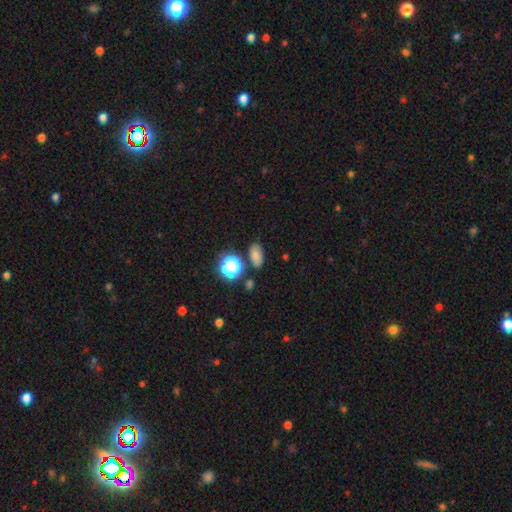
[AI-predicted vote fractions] Morphology: type=smooth (73%); roundness=in between (80%); merging=none (77%).